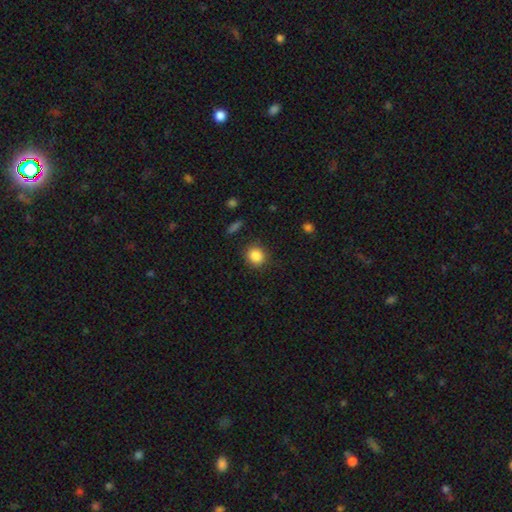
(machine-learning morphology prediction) A smooth galaxy with no disk features (86%) that is round (85%). Merging: none (87%).